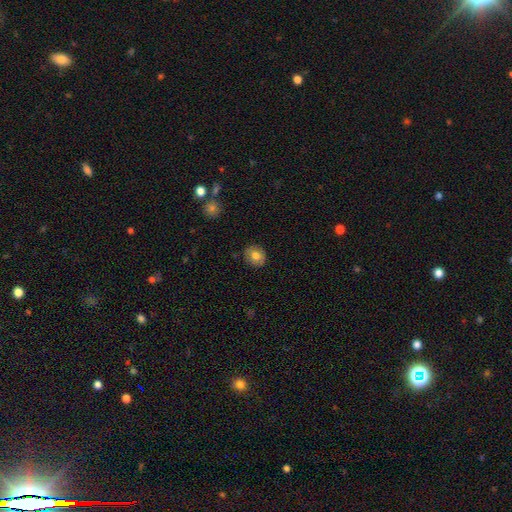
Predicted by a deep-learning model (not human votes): A smooth galaxy with no disk features (75%) that is round (74%).

Vote fractions:
- Smooth or featured? smooth: 75% / featured or disk: 17% / star or artifact: 8%
- How rounded? round: 74% / in between: 25% / cigar-shaped: 1%
- Merging? none: 88% / minor disturbance: 9% / major disturbance: 2% / merger: 1%